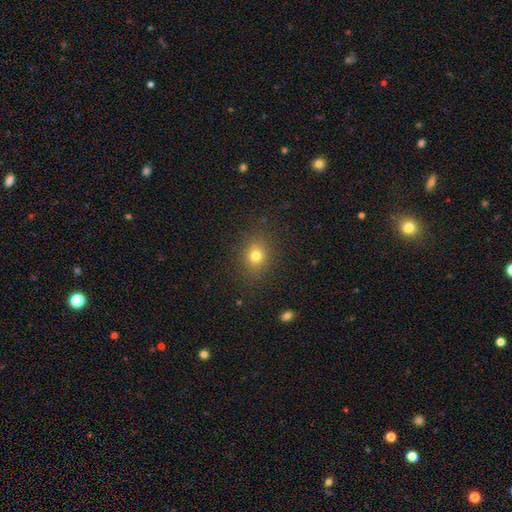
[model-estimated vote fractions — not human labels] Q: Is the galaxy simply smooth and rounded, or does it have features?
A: smooth — 75%.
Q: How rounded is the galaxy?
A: round — 66%.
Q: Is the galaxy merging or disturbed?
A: none — 86%.